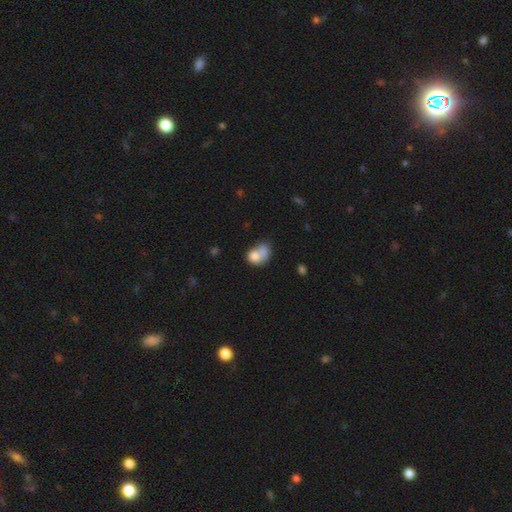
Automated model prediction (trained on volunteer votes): Smooth or featured? smooth (74%)
How rounded? in between (49%, tied with round)
Merging? merger (63%)